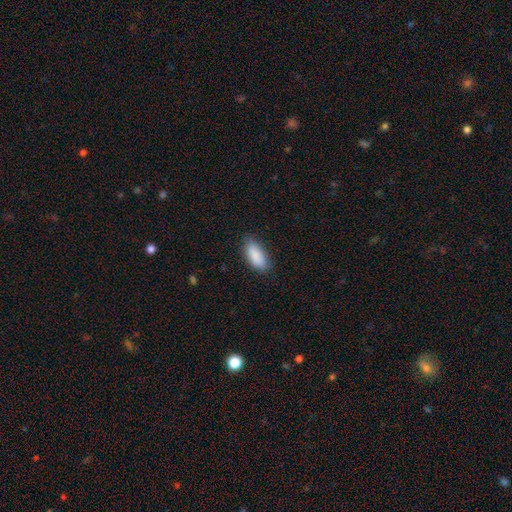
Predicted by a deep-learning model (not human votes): smooth-or-featured: smooth: 89% | star or artifact: 6% | featured or disk: 5%
  how-rounded: in between: 85% | cigar-shaped: 12% | round: 2%
  merging: none: 79% | minor disturbance: 17% | major disturbance: 3% | merger: 1%